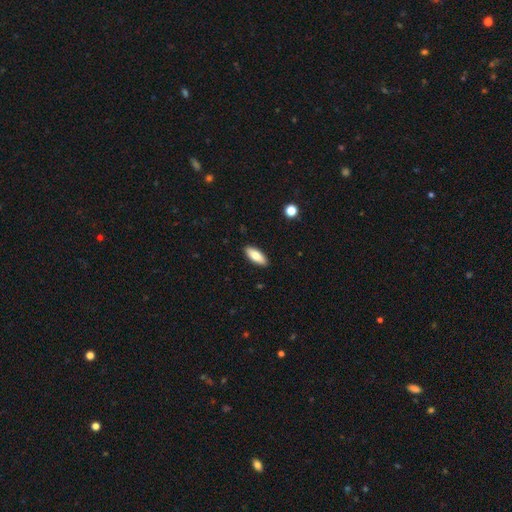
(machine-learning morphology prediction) smooth 77%, featured or disk 17%, star or artifact 6%. Down the decision tree: how rounded — in between (72%); merging — none (90%).